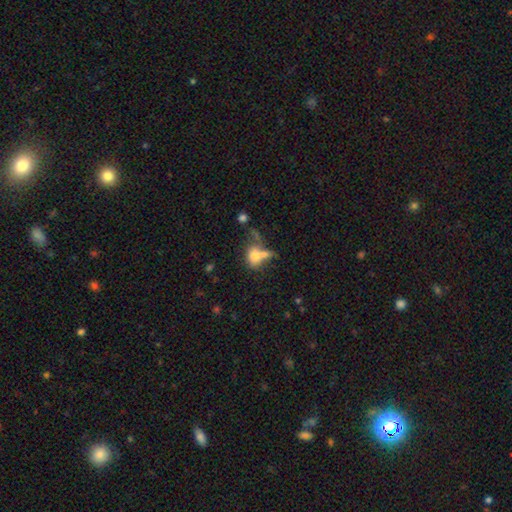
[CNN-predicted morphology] A smooth galaxy with no disk features (65%) that is in between round and cigar-shaped (62%). Merging: merger (39%).